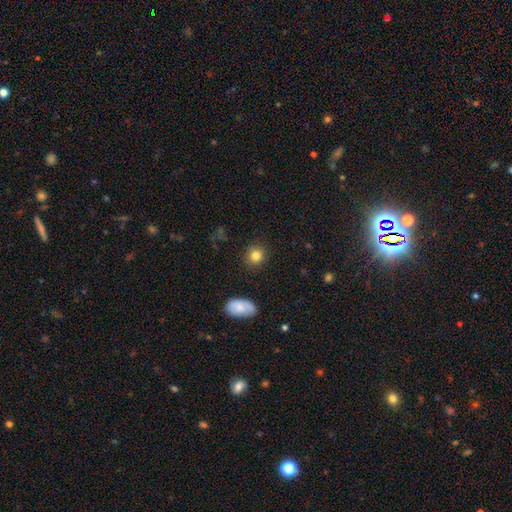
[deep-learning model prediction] This appears to be a smooth galaxy with no disk features (83%) that is round (84%). Merging: none (87%).